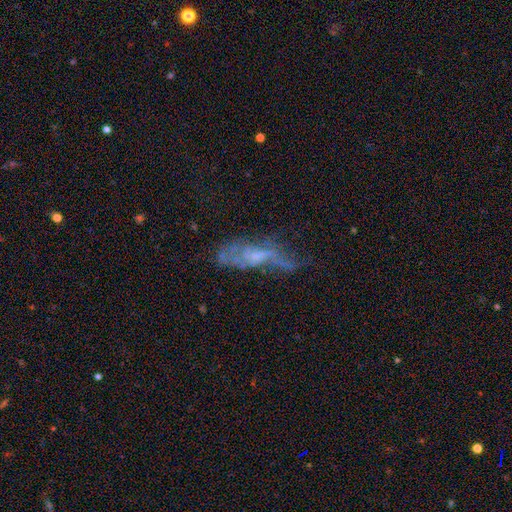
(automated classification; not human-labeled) Smooth or featured? Predicted: featured or disk (p=0.58). Edge-on disk? Predicted: no (p=0.78). Merging? Predicted: none (p=0.37).